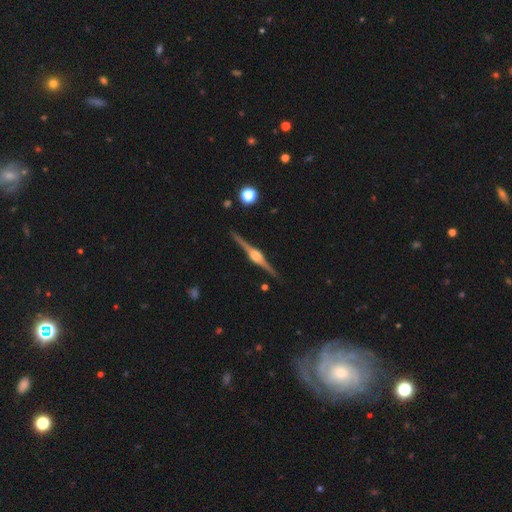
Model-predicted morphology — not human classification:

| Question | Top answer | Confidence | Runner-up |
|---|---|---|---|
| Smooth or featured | featured or disk | 90% | smooth (5%) |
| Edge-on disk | yes | 99% | no (1%) |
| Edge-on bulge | rounded | 87% | boxy (11%) |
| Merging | none | 91% | minor disturbance (6%) |